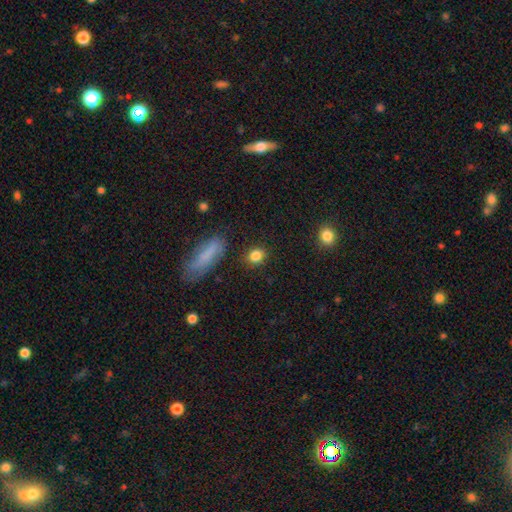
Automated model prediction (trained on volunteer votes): smooth 85%, star or artifact 10%, featured or disk 6%. Down the decision tree: how rounded — round (66%); merging — none (86%).